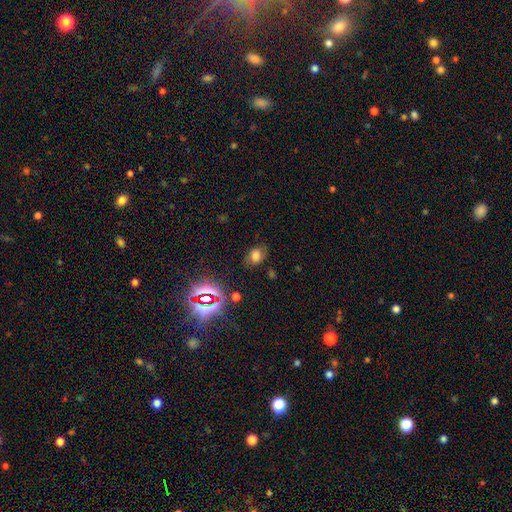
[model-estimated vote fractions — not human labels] A smooth galaxy with no disk features (63%) that is in between round and cigar-shaped (72%).

Vote fractions:
- Smooth or featured? smooth: 63% / star or artifact: 22% / featured or disk: 15%
- How rounded? in between: 72% / round: 27% / cigar-shaped: 1%
- Merging? none: 75% / minor disturbance: 17% / major disturbance: 6% / merger: 2%